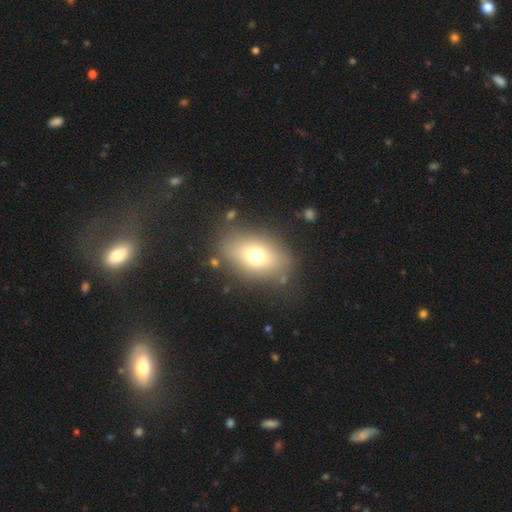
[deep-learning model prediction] Smooth or featured: smooth — 68% (featured or disk — 20%)
How rounded: in between — 80% (round — 17%)
Merging: none — 81% (minor disturbance — 11%)